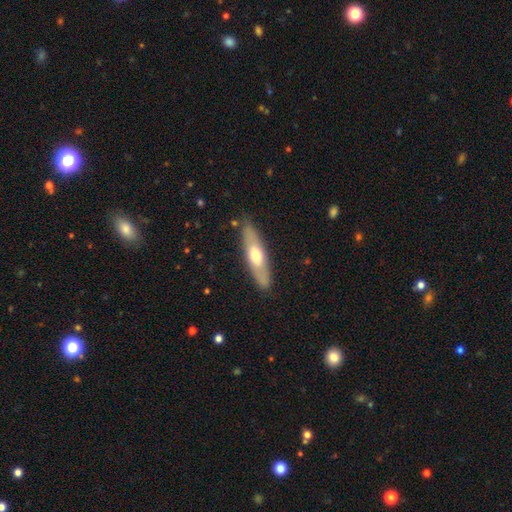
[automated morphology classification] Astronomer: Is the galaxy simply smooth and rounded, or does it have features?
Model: smooth — 52% (runner-up: featured or disk, 43%).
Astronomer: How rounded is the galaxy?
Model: cigar-shaped — 67%.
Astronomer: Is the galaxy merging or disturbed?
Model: none — 84%.